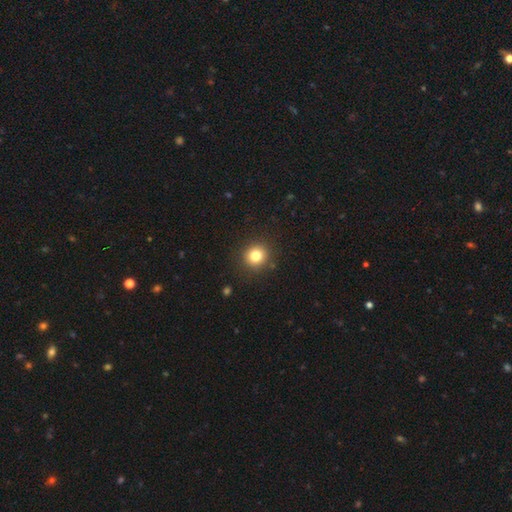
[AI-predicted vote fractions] smooth_or_featured: smooth (p=0.80) [alt: star or artifact p=0.12]
how_rounded: round (p=0.92) [alt: in between p=0.07]
merging: none (p=0.90) [alt: minor disturbance p=0.06]